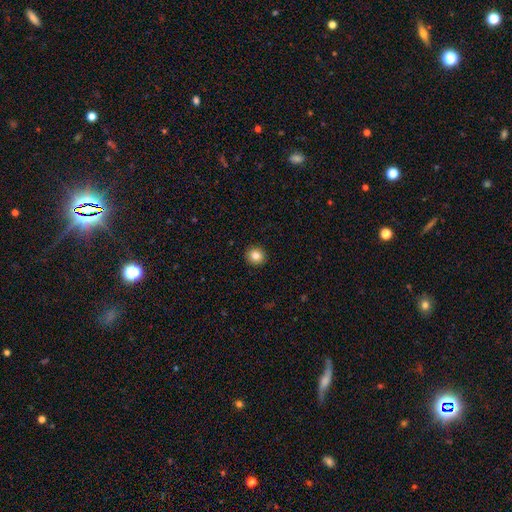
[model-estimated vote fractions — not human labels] A smooth galaxy with no disk features (84%) that is round (89%).

Vote fractions:
- Smooth or featured? smooth: 84% / star or artifact: 10% / featured or disk: 6%
- How rounded? round: 89% / in between: 10% / cigar-shaped: 1%
- Merging? none: 93% / minor disturbance: 5% / major disturbance: 2% / merger: 1%